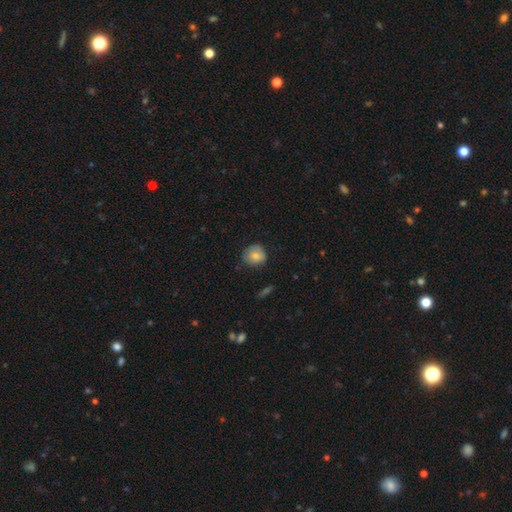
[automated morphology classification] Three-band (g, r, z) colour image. It shows a smooth galaxy with no disk features (78%) that is round (79%). Merging: none (69%).